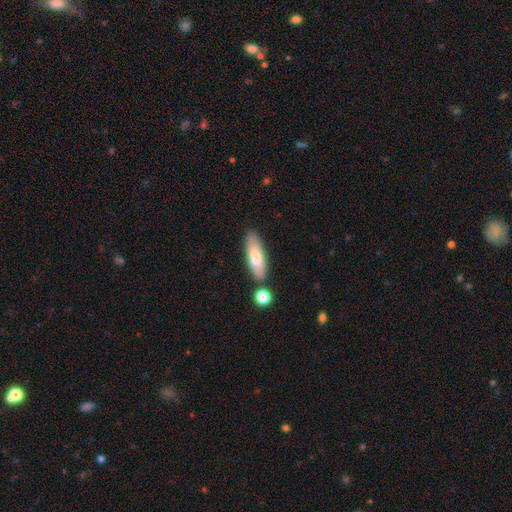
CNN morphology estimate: type=smooth (72%); roundness=in between (55%); merging=none (74%).